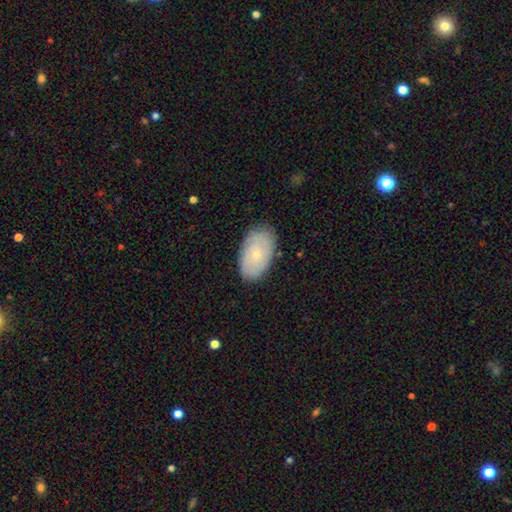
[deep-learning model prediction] A smooth galaxy with no disk features (59%) that is in between round and cigar-shaped (93%). Merging: none (81%).